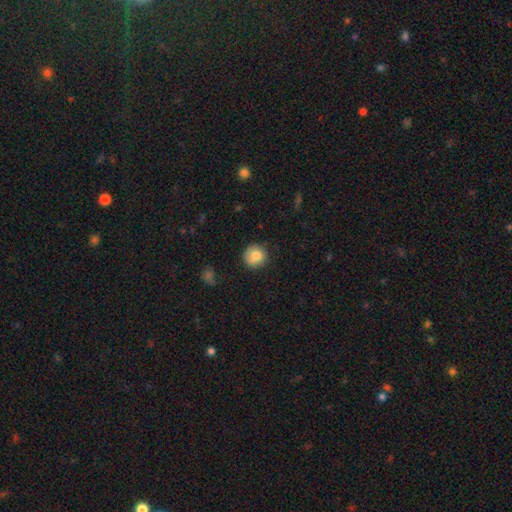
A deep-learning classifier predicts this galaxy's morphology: The model was most divided on "merging": none: 82%, minor disturbance: 14%, major disturbance: 3%, merger: 1%. More confident: how rounded — round (93%); smooth or featured — smooth (82%).